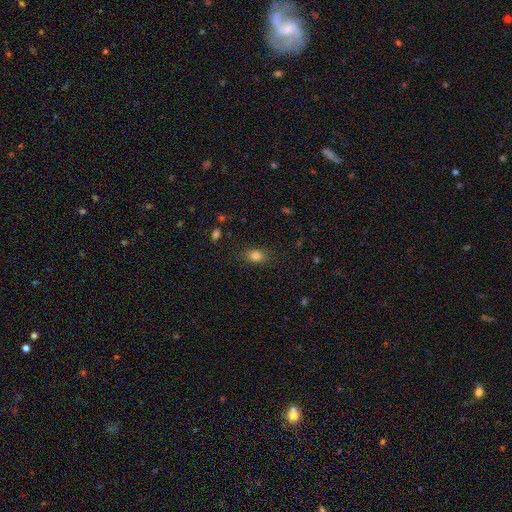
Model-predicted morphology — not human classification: Smooth or featured? smooth (81%)
How rounded? in between (70%)
Merging? none (83%)